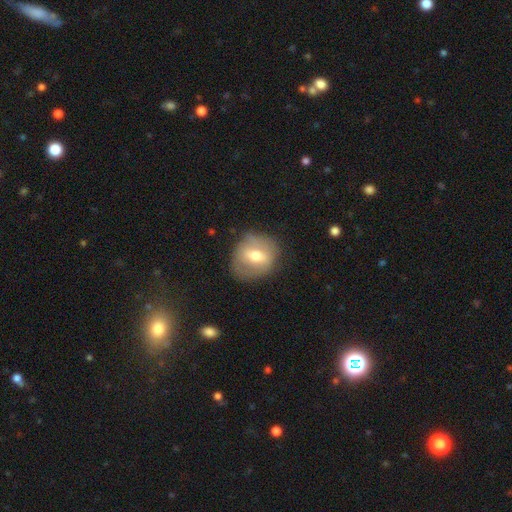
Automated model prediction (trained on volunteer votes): smooth 50%, featured or disk 42%, star or artifact 8%. Down the decision tree: merging — none (74%).